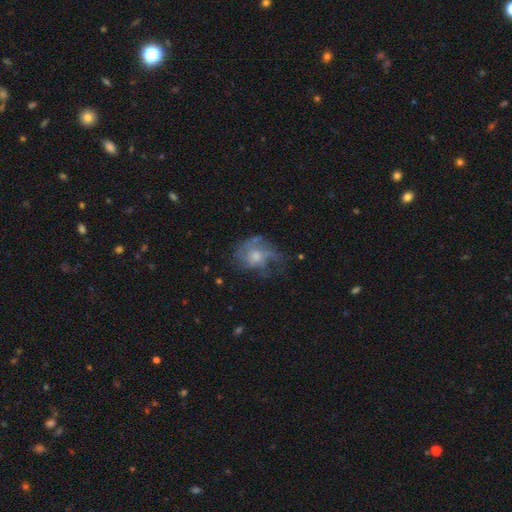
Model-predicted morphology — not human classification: A featured or disk galaxy (52%) with no bar (81%), no spiral arms (52%) and a moderate central bulge (52%). Merging: none (37%).